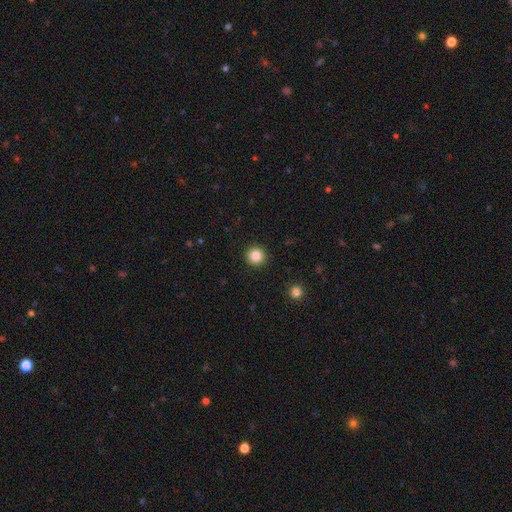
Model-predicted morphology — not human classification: Smooth or featured?
  - smooth: 84% *
  - star or artifact: 11%
  - featured or disk: 5%
How rounded?
  - round: 95% *
  - in between: 4%
  - cigar-shaped: 1%
Merging?
  - none: 93% *
  - minor disturbance: 5%
  - major disturbance: 2%
  - merger: 1%